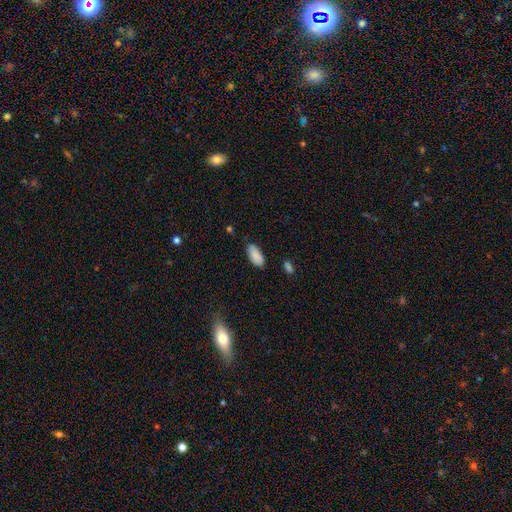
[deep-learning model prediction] Smooth or featured: smooth — 89% (star or artifact — 7%)
How rounded: in between — 92% (cigar-shaped — 6%)
Merging: none — 77% (minor disturbance — 18%)